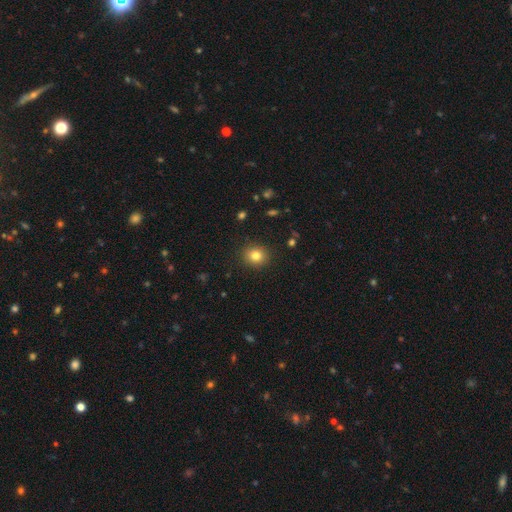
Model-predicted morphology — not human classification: smooth-or-featured: smooth: 81% | star or artifact: 11% | featured or disk: 7%
  how-rounded: round: 80% | in between: 19% | cigar-shaped: 1%
  merging: none: 90% | minor disturbance: 7% | major disturbance: 2% | merger: 1%